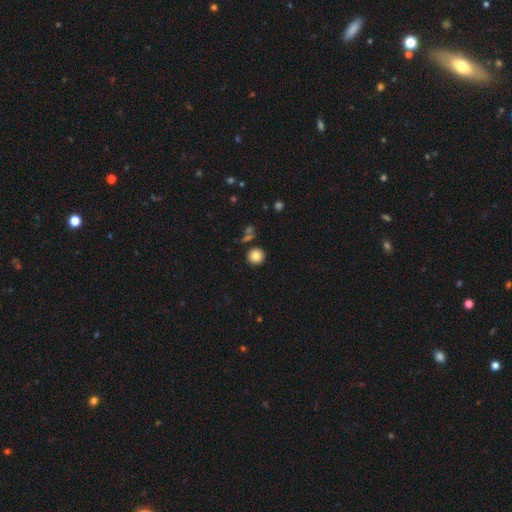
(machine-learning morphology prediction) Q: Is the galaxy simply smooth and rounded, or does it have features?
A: smooth — 82%.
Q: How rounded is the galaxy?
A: round — 93%.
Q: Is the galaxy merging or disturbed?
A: none — 86%.